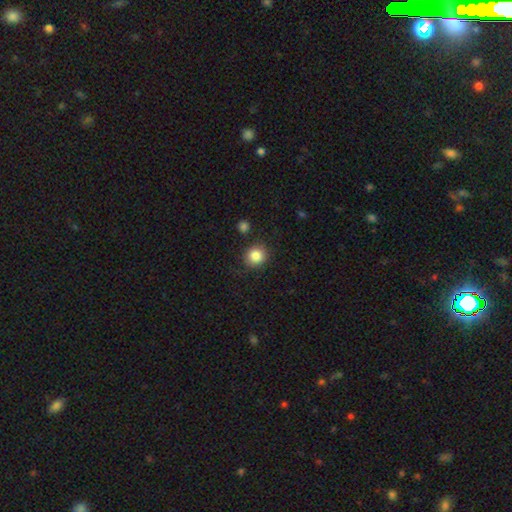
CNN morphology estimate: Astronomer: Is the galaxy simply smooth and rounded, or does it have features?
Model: smooth — 85%.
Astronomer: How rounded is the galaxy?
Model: round — 88%.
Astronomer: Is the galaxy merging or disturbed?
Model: none — 83%.